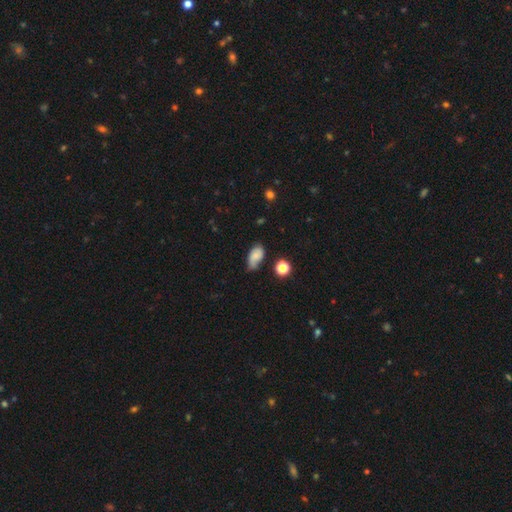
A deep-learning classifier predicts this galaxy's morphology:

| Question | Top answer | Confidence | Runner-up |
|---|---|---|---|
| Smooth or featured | smooth | 72% | featured or disk (18%) |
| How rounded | in between | 88% | round (9%) |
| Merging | none | 43% | minor disturbance (41%) |